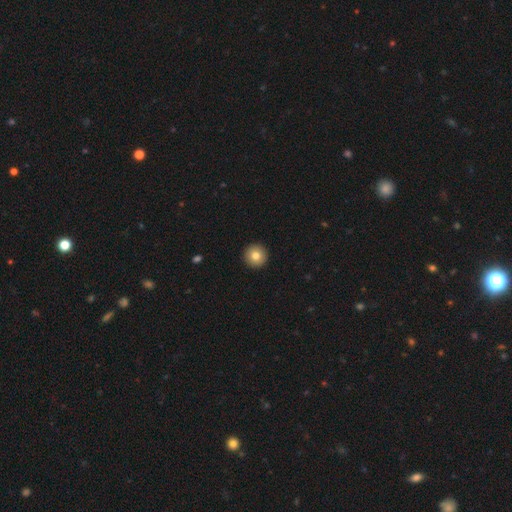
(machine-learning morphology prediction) This appears to be a smooth galaxy with no disk features (79%) that is round (96%). Merging: none (94%).